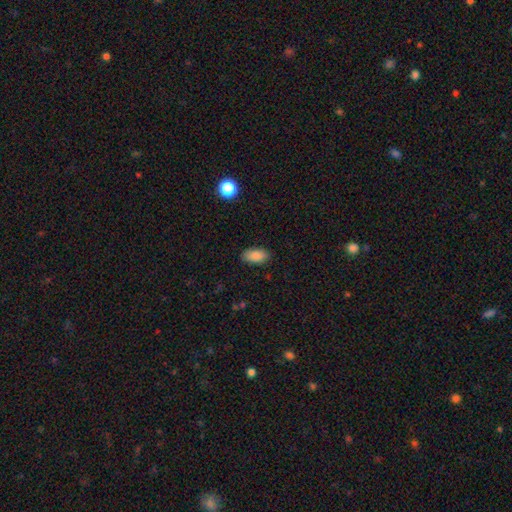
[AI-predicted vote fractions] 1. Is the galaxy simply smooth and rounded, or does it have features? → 88% smooth, 8% star or artifact, 4% featured or disk.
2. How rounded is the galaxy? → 92% in between, 5% cigar-shaped, 3% round.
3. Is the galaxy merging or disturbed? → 88% none, 9% minor disturbance, 2% major disturbance, 1% merger.